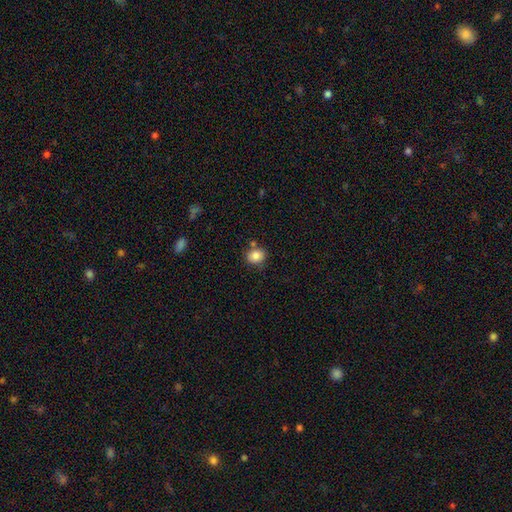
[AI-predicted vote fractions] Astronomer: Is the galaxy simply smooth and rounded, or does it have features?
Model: smooth — 84%.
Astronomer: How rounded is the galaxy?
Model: round — 63%.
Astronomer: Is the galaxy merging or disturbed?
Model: none — 73%.